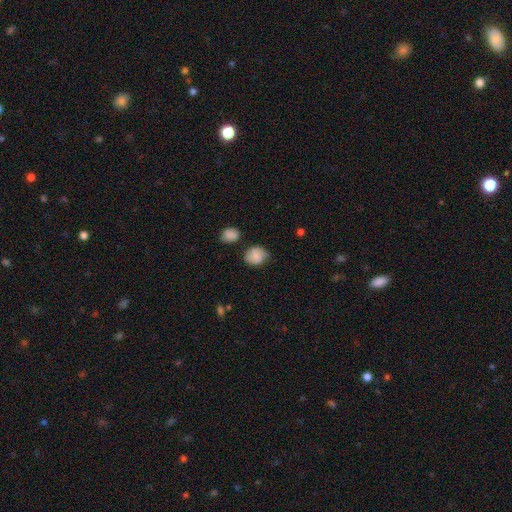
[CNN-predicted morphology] Smooth or featured? Predicted: smooth (p=0.77). How rounded? Predicted: round (p=0.62). Merging? Predicted: none (p=0.65).